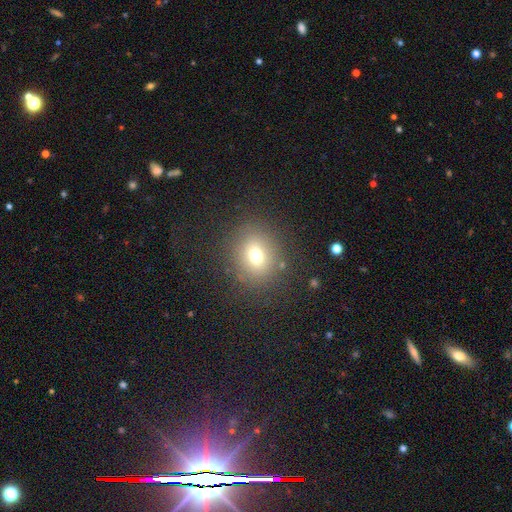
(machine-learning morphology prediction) The model was most divided on "how rounded": round: 70%, in between: 29%, cigar-shaped: 1%. More confident: merging — none (83%); smooth or featured — smooth (71%).